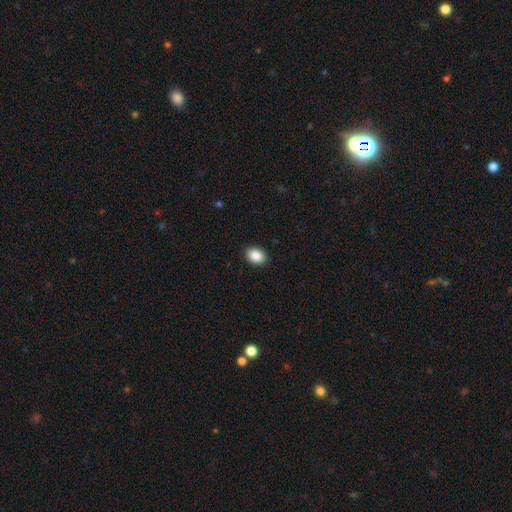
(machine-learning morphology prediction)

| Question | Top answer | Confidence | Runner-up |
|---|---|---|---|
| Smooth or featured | smooth | 88% | star or artifact (8%) |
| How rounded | in between | 65% | round (34%) |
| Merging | none | 91% | minor disturbance (7%) |